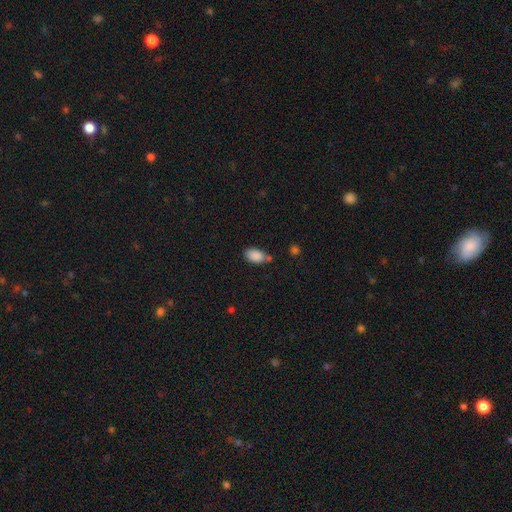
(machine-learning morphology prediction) This appears to be a smooth galaxy with no disk features (88%) that is in between round and cigar-shaped (92%). Merging: none (61%).